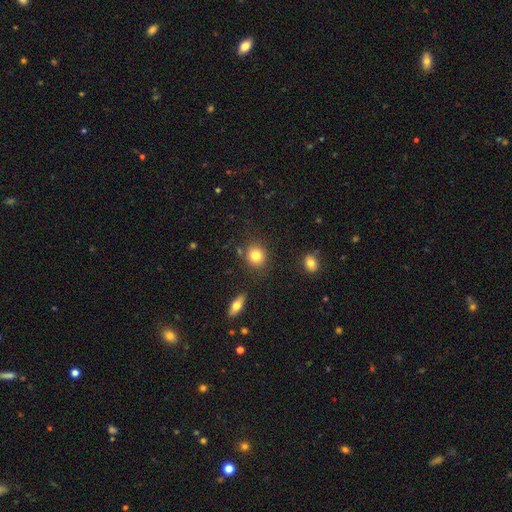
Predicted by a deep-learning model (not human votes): Smooth or featured: smooth — 81% (star or artifact — 10%)
How rounded: round — 85% (in between — 14%)
Merging: none — 84% (minor disturbance — 9%)